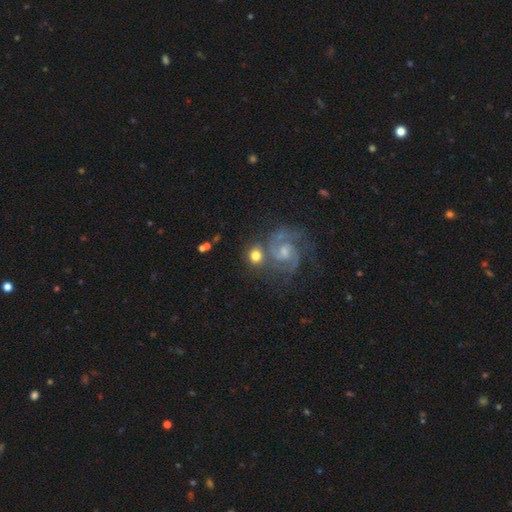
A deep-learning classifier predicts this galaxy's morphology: Smooth or featured? Predicted: smooth (p=0.49). Merging? Predicted: none (p=0.60).